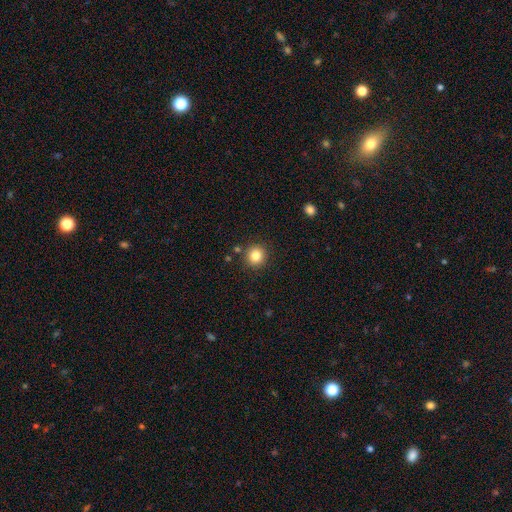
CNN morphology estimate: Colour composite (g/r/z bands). It shows a smooth galaxy with no disk features (82%) that is round (92%). Merging: none (88%).